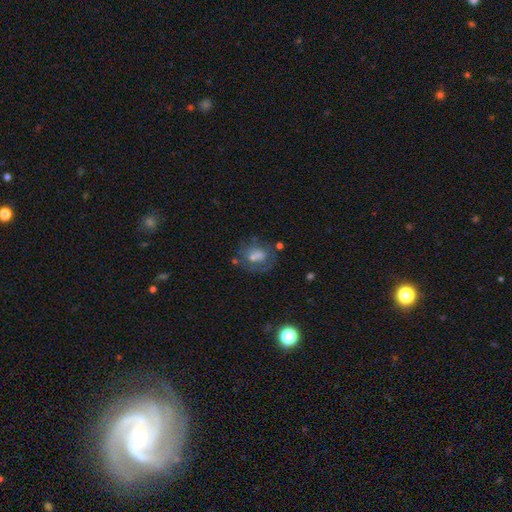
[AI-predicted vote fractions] smooth 42%, featured or disk 39%, star or artifact 19%. Down the decision tree: merging — none (59%).